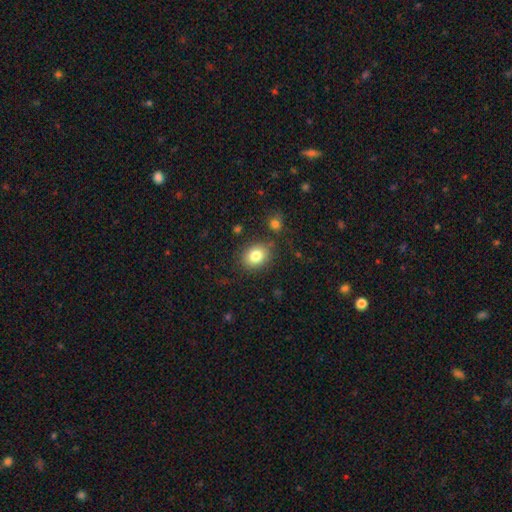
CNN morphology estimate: A smooth galaxy with no disk features (82%) that is round (50%, tied with in between).

Vote fractions:
- Smooth or featured? smooth: 82% / star or artifact: 9% / featured or disk: 9%
- How rounded? round: 50% (tied) / in between: 50% (tied) / cigar-shaped: 1%
- Merging? none: 81% / minor disturbance: 12% / merger: 4% / major disturbance: 3%